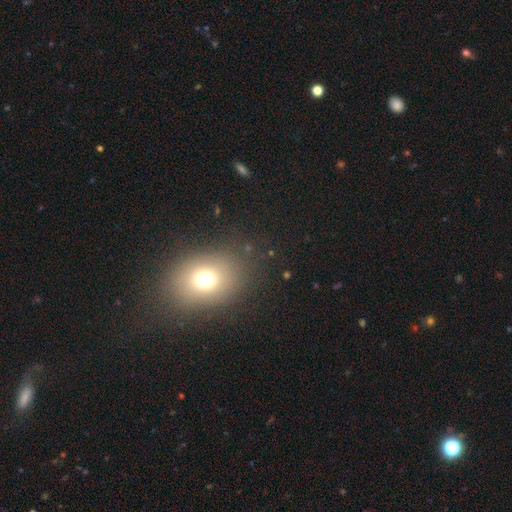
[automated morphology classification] Q: Smooth or featured?
A: smooth (67%); runner-up: star or artifact (22%)
Q: How rounded?
A: in between (61%); runner-up: round (38%)
Q: Merging?
A: none (87%); runner-up: minor disturbance (8%)